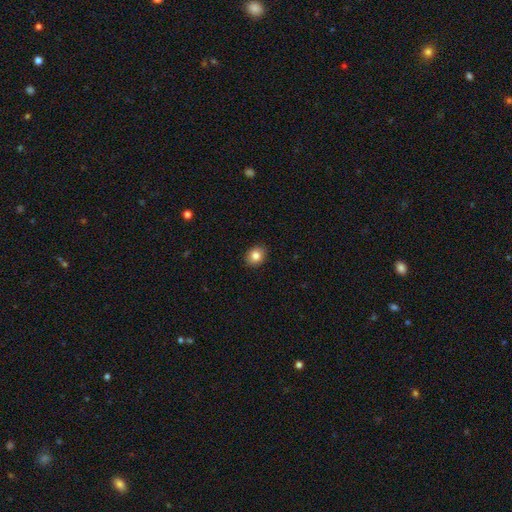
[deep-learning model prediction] A smooth galaxy with no disk features (83%) that is round (62%). Merging: none (91%).